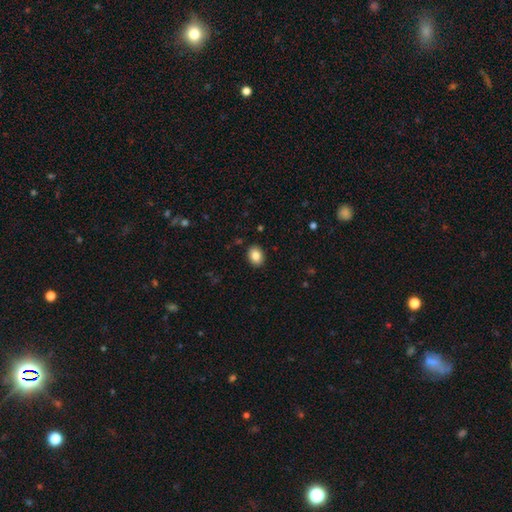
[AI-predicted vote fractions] Overall: smooth (85%). How rounded: in between (59%; round 40%). Merging: none (90%).